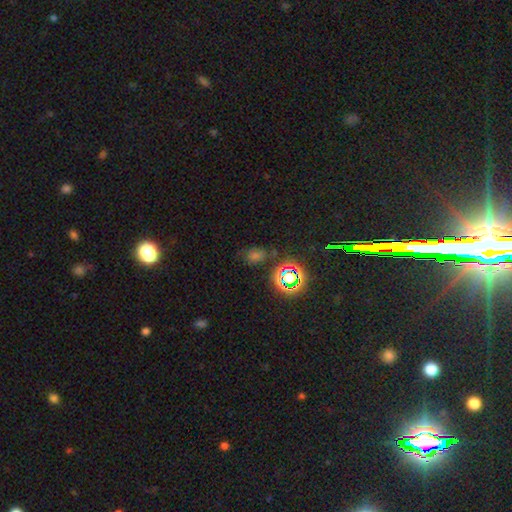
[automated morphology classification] Overall: star or artifact (54%; smooth 36%).